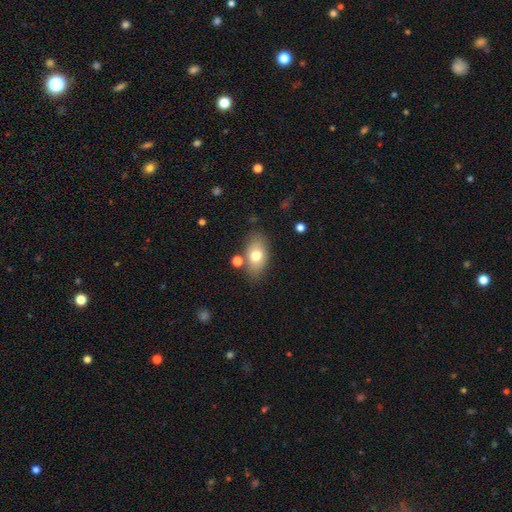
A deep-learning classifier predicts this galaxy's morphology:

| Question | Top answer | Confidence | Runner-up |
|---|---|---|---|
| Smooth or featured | smooth | 74% | featured or disk (18%) |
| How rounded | in between | 89% | round (8%) |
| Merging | none | 76% | minor disturbance (14%) |